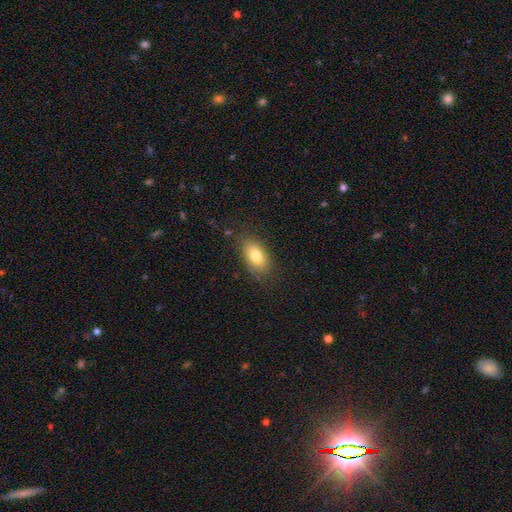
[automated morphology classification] Smooth or featured: smooth — 79% (featured or disk — 13%)
How rounded: in between — 90% (round — 7%)
Merging: none — 80% (minor disturbance — 15%)